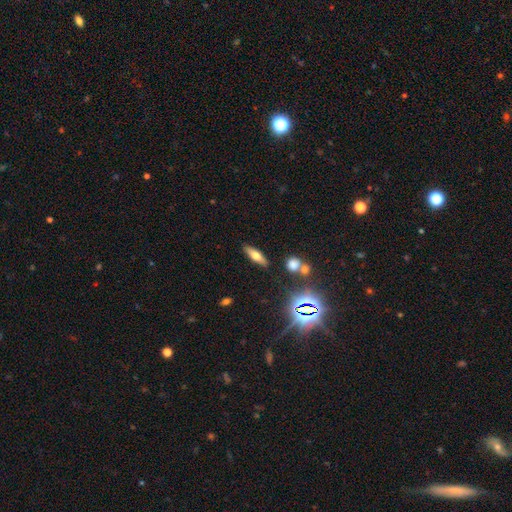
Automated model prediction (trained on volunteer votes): smooth_or_featured: smooth (p=0.48) [alt: featured or disk p=0.40]
merging: none (p=0.86) [alt: minor disturbance p=0.09]